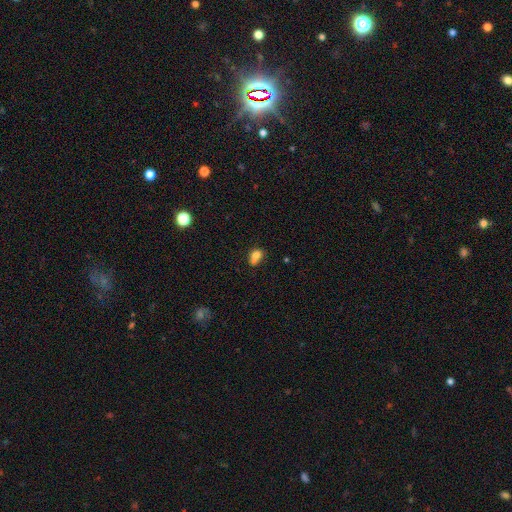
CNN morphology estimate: Smooth or featured?
  - smooth: 75% *
  - featured or disk: 13%
  - star or artifact: 12%
How rounded?
  - in between: 60% *
  - round: 38%
  - cigar-shaped: 2%
Merging?
  - none: 36% *
  - merger: 32%
  - minor disturbance: 22%
  - major disturbance: 10%